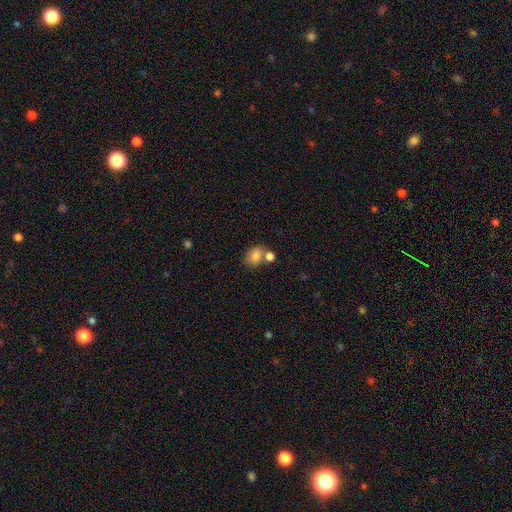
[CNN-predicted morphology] A smooth galaxy with no disk features (82%) that is in between round and cigar-shaped (59%).

Vote fractions:
- Smooth or featured? smooth: 82% / star or artifact: 10% / featured or disk: 9%
- How rounded? in between: 59% / round: 40% / cigar-shaped: 1%
- Merging? none: 51% / merger: 32% / minor disturbance: 12% / major disturbance: 5%